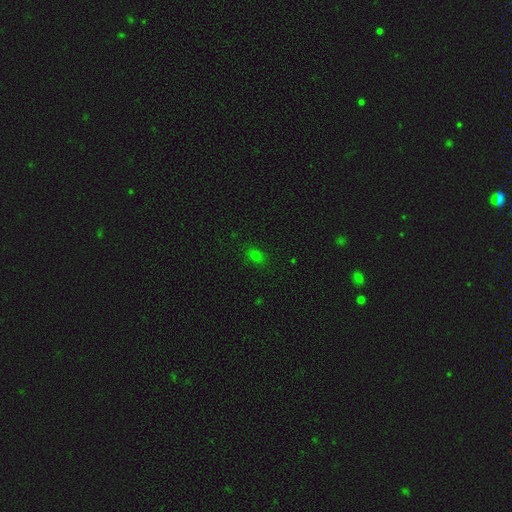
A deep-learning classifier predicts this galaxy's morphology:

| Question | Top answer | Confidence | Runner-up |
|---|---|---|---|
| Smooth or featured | smooth | 71% | star or artifact (21%) |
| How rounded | in between | 60% | round (37%) |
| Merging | none | 85% | minor disturbance (11%) |